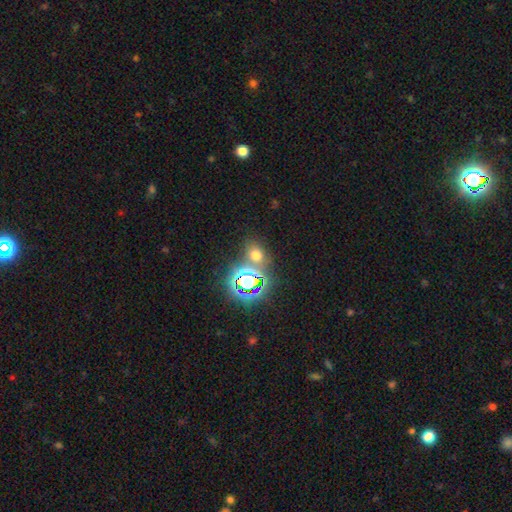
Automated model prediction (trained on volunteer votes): Smooth or featured? smooth (53%)
How rounded? round (55%)
Merging? none (69%)